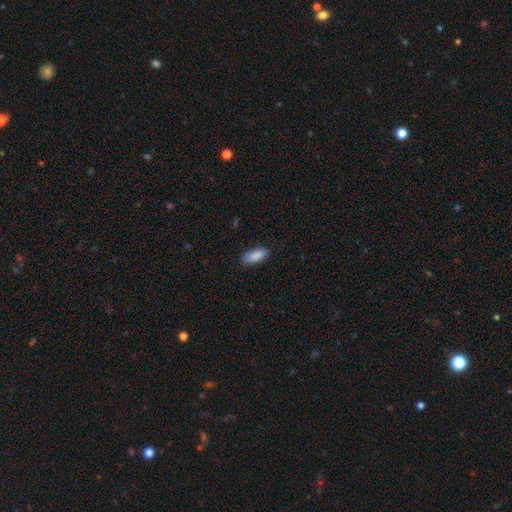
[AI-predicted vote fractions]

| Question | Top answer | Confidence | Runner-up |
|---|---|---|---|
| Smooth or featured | smooth | 89% | star or artifact (6%) |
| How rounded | in between | 77% | cigar-shaped (21%) |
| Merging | none | 86% | minor disturbance (11%) |